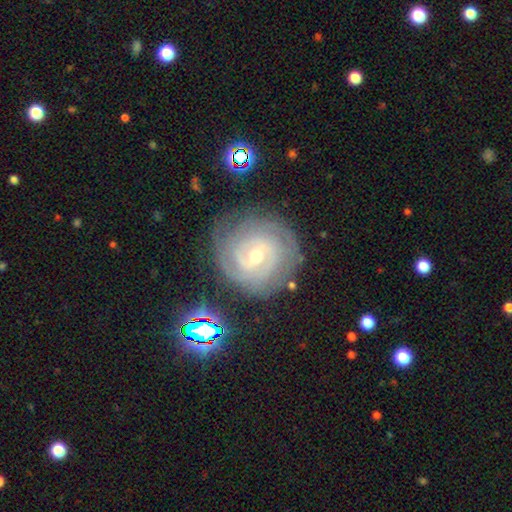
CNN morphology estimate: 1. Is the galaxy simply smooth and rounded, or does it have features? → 85% featured or disk, 9% smooth, 7% star or artifact.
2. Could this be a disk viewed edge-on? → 97% no, 3% yes.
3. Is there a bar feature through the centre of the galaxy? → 51% weak, 31% no, 17% strong.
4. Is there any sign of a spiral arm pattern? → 96% yes, 4% no.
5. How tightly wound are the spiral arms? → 77% tight, 19% medium, 4% loose.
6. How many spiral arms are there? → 32% can't tell, 28% 2, 21% 3, 9% 4, 5% 1, 5% more than 4.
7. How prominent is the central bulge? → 53% moderate, 44% small, 2% large, 1% none, 1% dominant.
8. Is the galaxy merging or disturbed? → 76% none, 16% minor disturbance, 6% major disturbance, 2% merger.